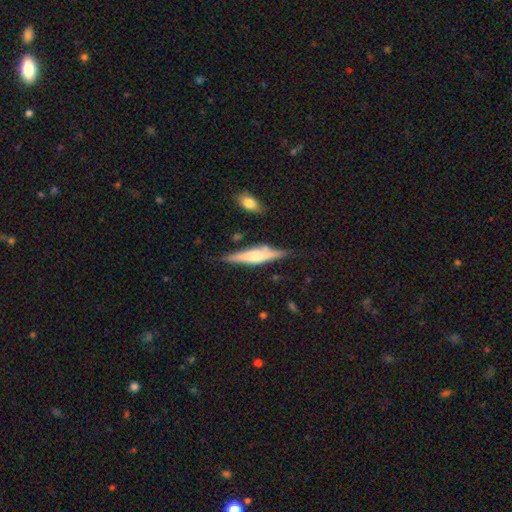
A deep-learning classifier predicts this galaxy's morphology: The model was most divided on "smooth or featured": featured or disk: 55%, smooth: 38%, star or artifact: 7%. More confident: edge-on disk — yes (95%); merging — none (76%); edge-on bulge — rounded (66%).